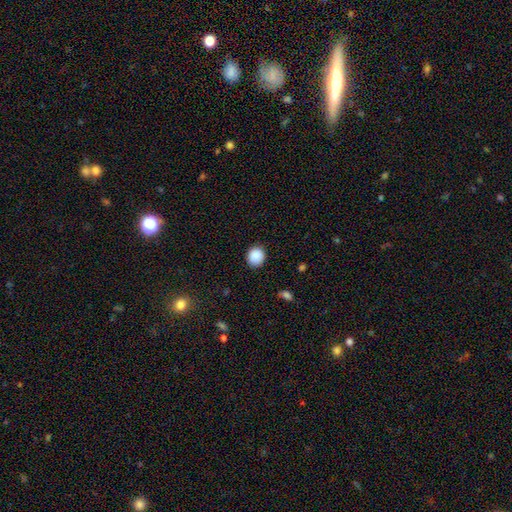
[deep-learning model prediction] This is clearly a smooth galaxy (89%). How rounded: clearly round (80%). Merging: clearly none (89%).